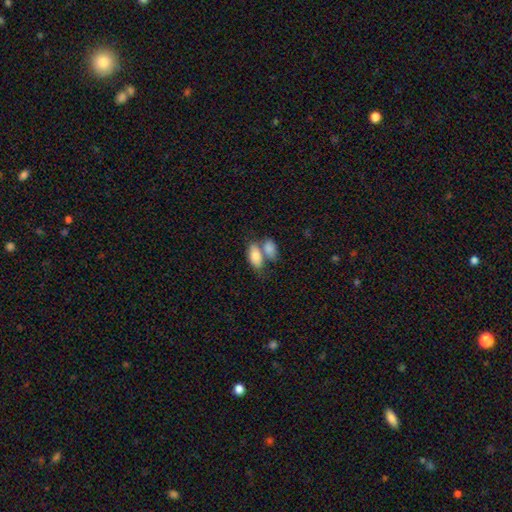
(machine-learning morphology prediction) Q: Smooth or featured?
A: smooth (82%); runner-up: featured or disk (12%)
Q: How rounded?
A: in between (91%); runner-up: round (5%)
Q: Merging?
A: merger (58%); runner-up: none (28%)